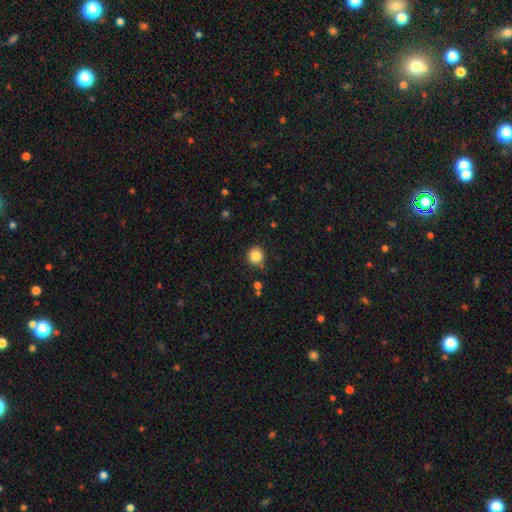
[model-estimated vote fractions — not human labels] smooth 85%, star or artifact 11%, featured or disk 4%. Down the decision tree: how rounded — round (91%); merging — none (84%).